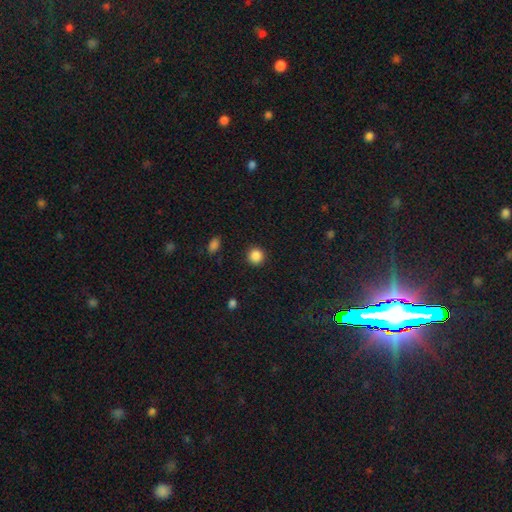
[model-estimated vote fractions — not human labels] Smooth or featured? Predicted: smooth (p=0.87). How rounded? Predicted: round (p=0.94). Merging? Predicted: none (p=0.92).